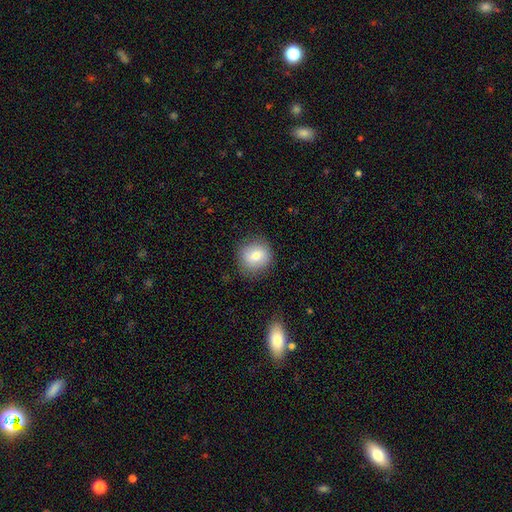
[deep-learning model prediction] A smooth galaxy with no disk features (77%) that is round (86%).

Vote fractions:
- Smooth or featured? smooth: 77% / featured or disk: 14% / star or artifact: 9%
- How rounded? round: 86% / in between: 13% / cigar-shaped: 1%
- Merging? none: 82% / minor disturbance: 13% / major disturbance: 4% / merger: 1%